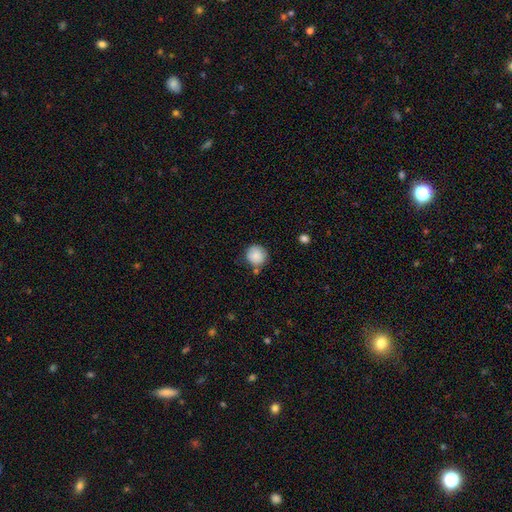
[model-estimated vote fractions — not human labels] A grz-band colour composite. It shows a smooth galaxy with no disk features (87%) that is round (93%). Merging: none (75%).